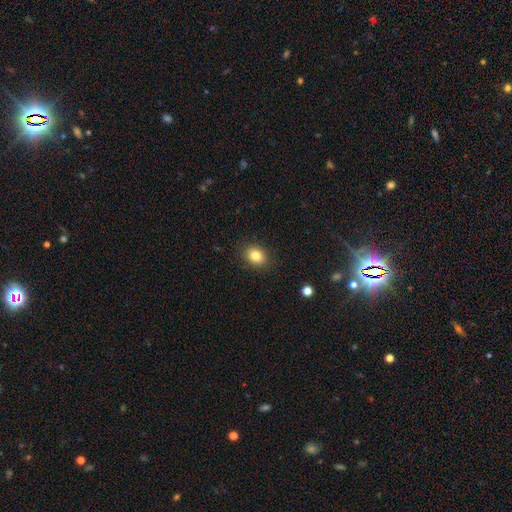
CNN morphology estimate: This appears to be a smooth galaxy with no disk features (83%) that is in between round and cigar-shaped (57%). Merging: none (89%).